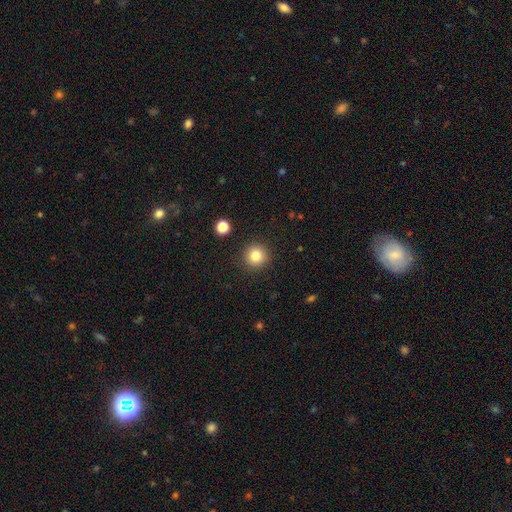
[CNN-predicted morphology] This appears to be a smooth galaxy with no disk features (83%) that is round (94%). Merging: none (90%).